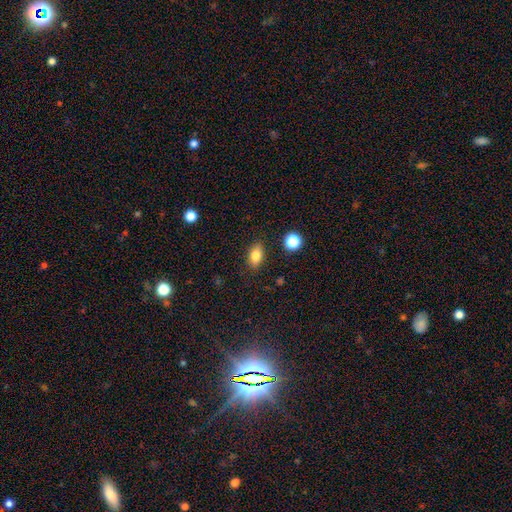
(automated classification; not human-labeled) smooth_or_featured: smooth (p=0.80) [alt: featured or disk p=0.10]
how_rounded: in between (p=0.83) [alt: round p=0.12]
merging: none (p=0.86) [alt: minor disturbance p=0.10]